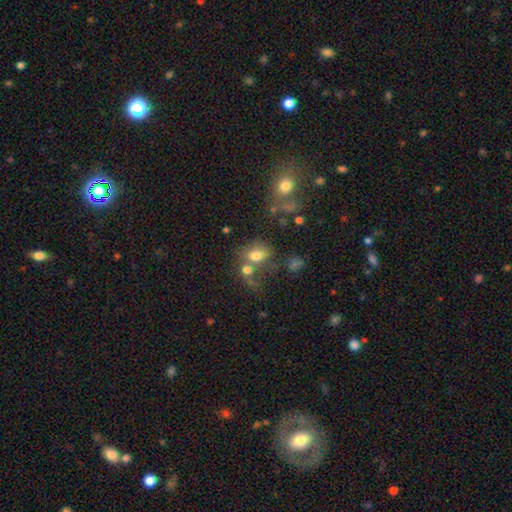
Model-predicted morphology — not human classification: smooth 69%, star or artifact 15%, featured or disk 15%. Down the decision tree: how rounded — in between (62%); merging — merger (40%).